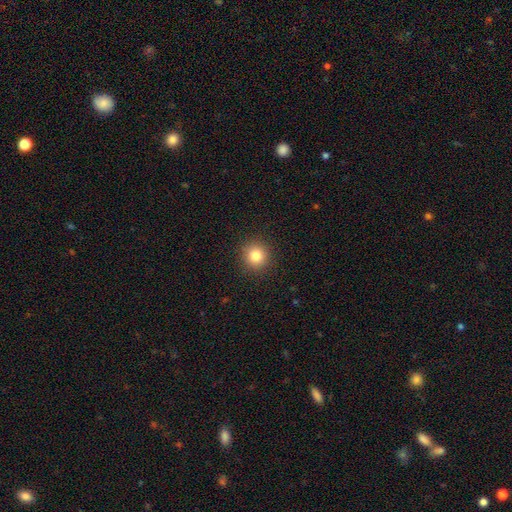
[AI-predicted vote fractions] Overall: smooth (83%). How rounded: round (91%). Merging: none (91%).